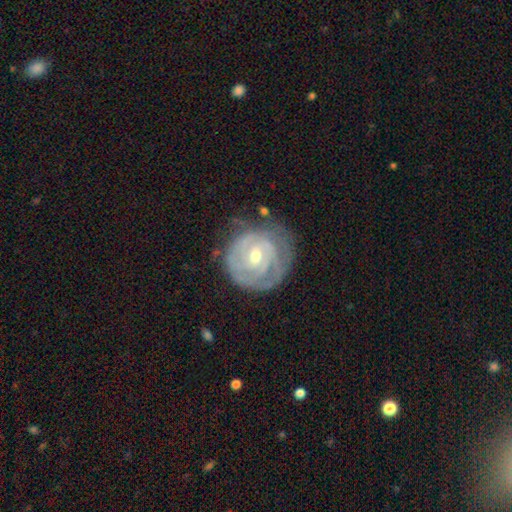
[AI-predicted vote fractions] Overall: featured or disk (83%). Edge-on disk: no (98%). Bar: no (53%; weak 38%). Spiral arms: yes (93%). Spiral arm count: can't tell (39%; 2 26%). Spiral winding: tight (79%). Bulge size: moderate (49%; small 48%). Merging: none (68%).